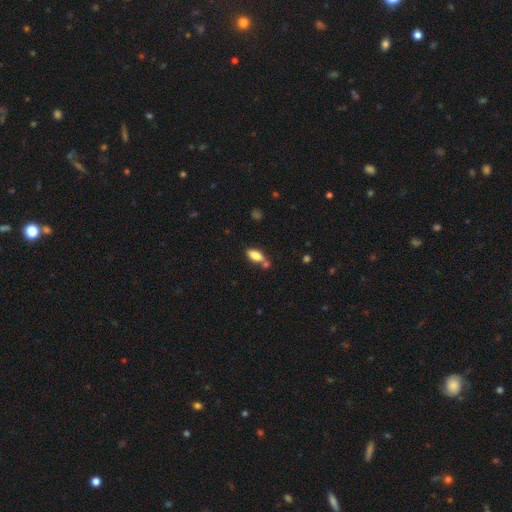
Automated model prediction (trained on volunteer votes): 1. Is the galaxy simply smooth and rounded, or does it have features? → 82% smooth, 10% featured or disk, 8% star or artifact.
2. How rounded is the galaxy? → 87% in between, 10% cigar-shaped, 3% round.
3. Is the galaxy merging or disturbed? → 58% none, 24% merger, 14% minor disturbance, 4% major disturbance.